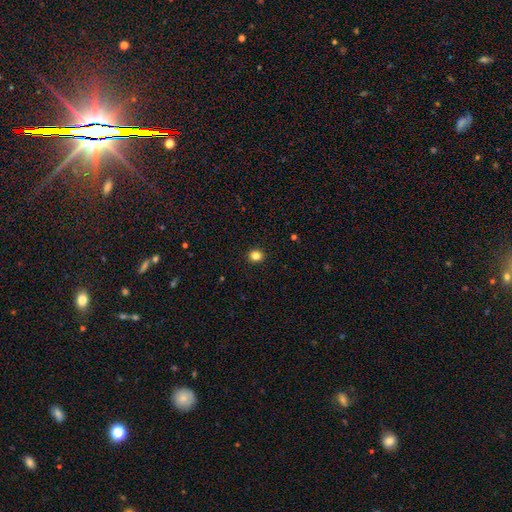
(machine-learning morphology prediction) The model was most divided on "how rounded": round: 81%, in between: 18%, cigar-shaped: 1%. More confident: merging — none (92%); smooth or featured — smooth (84%).